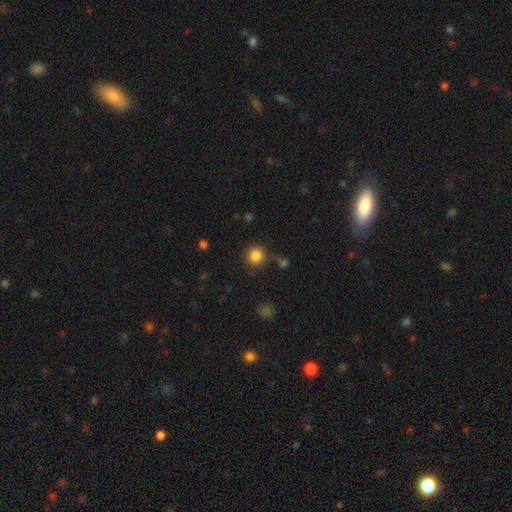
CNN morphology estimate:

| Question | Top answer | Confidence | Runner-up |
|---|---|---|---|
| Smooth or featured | smooth | 84% | star or artifact (11%) |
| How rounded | round | 93% | in between (6%) |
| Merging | none | 80% | minor disturbance (10%) |